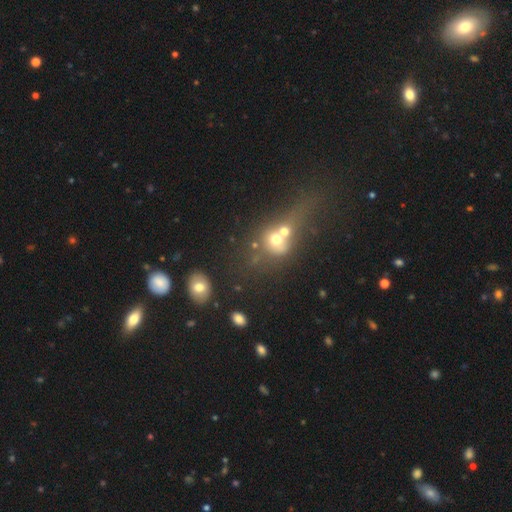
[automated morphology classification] Overall: smooth (46%; star or artifact 28%). Merging: merger (57%; none 24%).